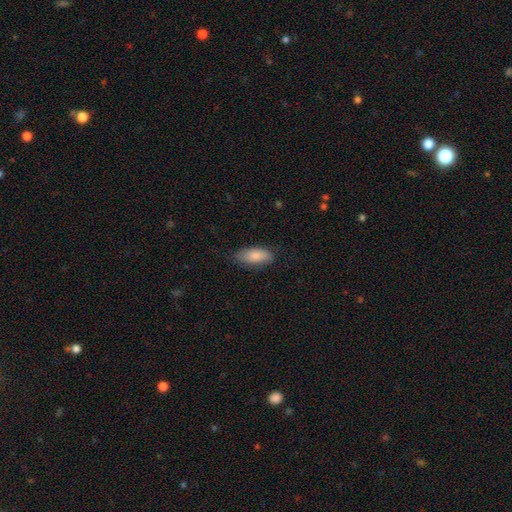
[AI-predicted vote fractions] The model was most divided on "merging": none: 74%, minor disturbance: 21%, major disturbance: 4%, merger: 1%. More confident: how rounded — in between (85%); smooth or featured — smooth (83%).